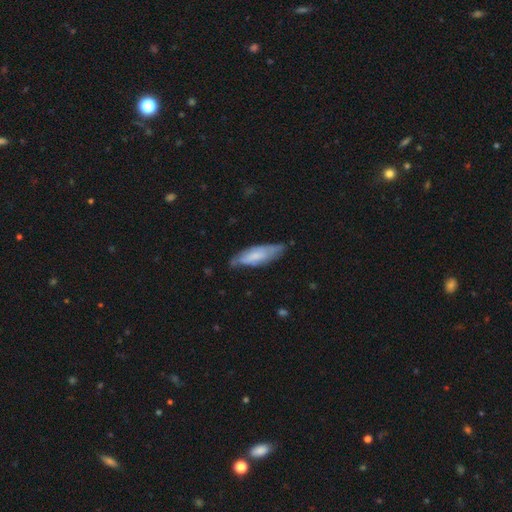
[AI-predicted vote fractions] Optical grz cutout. It shows a smooth galaxy with no disk features (48%). Merging: none (61%).